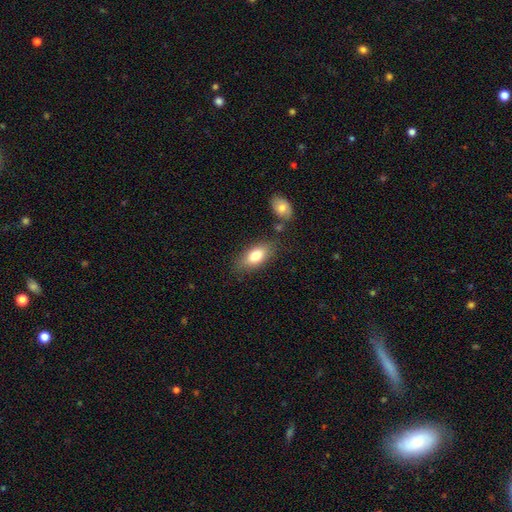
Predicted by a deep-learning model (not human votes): Smooth or featured? Predicted: smooth (p=0.78). How rounded? Predicted: in between (p=0.87). Merging? Predicted: none (p=0.76).